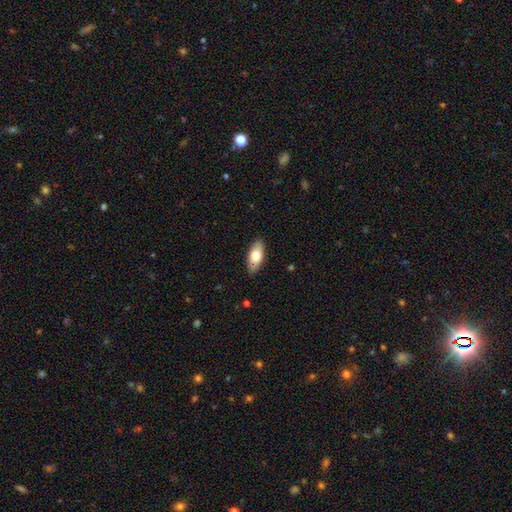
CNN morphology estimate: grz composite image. It shows a smooth galaxy with no disk features (67%) that is in between round and cigar-shaped (84%). Merging: none (87%).